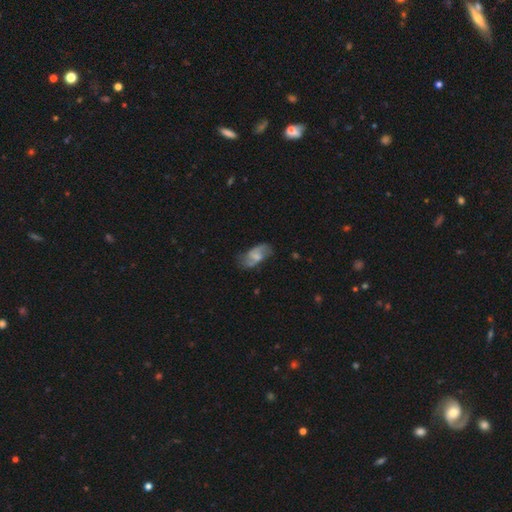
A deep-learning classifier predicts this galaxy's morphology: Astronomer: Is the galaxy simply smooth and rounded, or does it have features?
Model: featured or disk — 63%.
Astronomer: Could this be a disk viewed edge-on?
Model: no — 96%.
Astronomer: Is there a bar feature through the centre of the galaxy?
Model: weak — 50% (runner-up: no, 36%).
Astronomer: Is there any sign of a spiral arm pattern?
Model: yes — 87%.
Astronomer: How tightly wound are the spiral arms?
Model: loose — 53% (runner-up: medium, 36%).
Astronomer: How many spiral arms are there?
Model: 2 — 86%.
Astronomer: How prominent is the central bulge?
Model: small — 36% (runner-up: none, 30%).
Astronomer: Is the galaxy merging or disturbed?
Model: none — 65%.